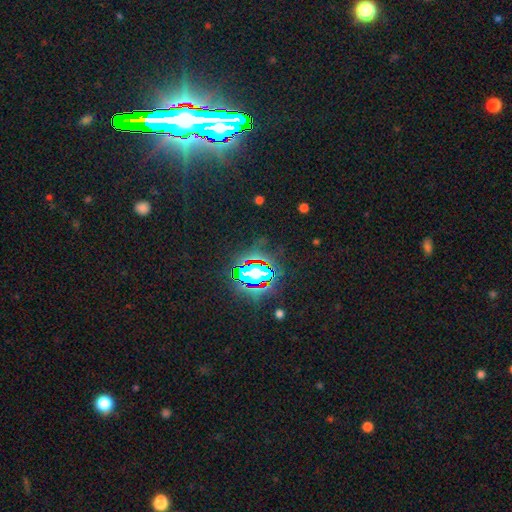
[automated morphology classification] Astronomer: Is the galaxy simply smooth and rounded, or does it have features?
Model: star or artifact — 85%.